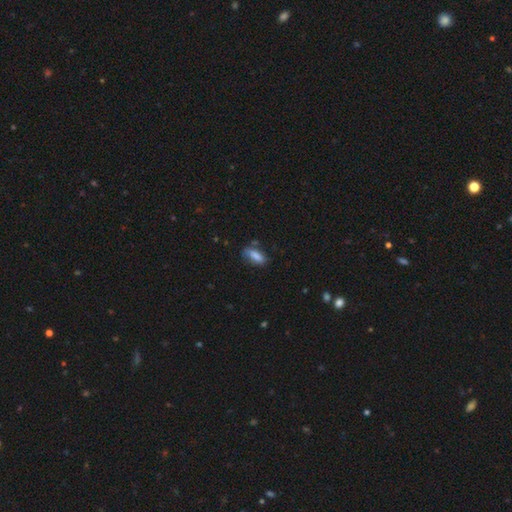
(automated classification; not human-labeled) smooth_or_featured: smooth (p=0.81) [alt: featured or disk p=0.11]
how_rounded: in between (p=0.75) [alt: cigar-shaped p=0.22]
merging: none (p=0.60) [alt: minor disturbance p=0.27]